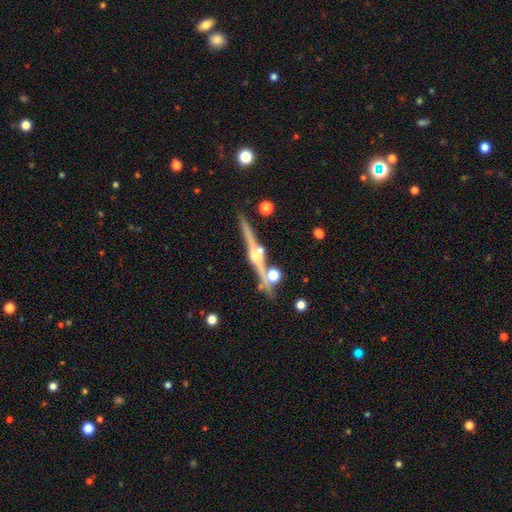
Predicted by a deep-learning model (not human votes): A featured or disk galaxy (74%) viewed edge-on (95%) with a rounded central bulge (81%).

Vote fractions:
- Smooth or featured? featured or disk: 74% / smooth: 16% / star or artifact: 9%
- Edge-on disk? yes: 95% / no: 5%
- Edge-on bulge? rounded: 81% / none: 11% / boxy: 8%
- Merging? none: 71% / merger: 13% / minor disturbance: 11% / major disturbance: 5%